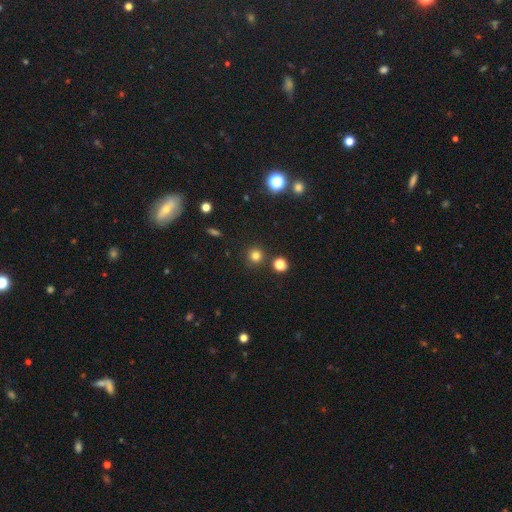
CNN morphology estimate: This is likely a smooth galaxy (78%). How rounded: clearly round (94%). Merging: clearly none (87%).